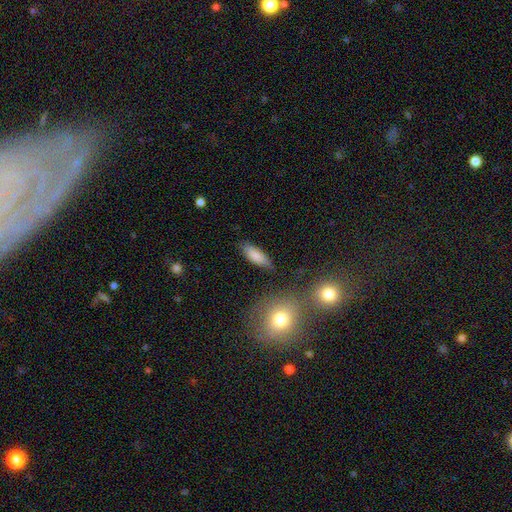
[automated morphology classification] Overall: smooth (83%). How rounded: in between (62%; cigar-shaped 36%). Merging: none (78%).